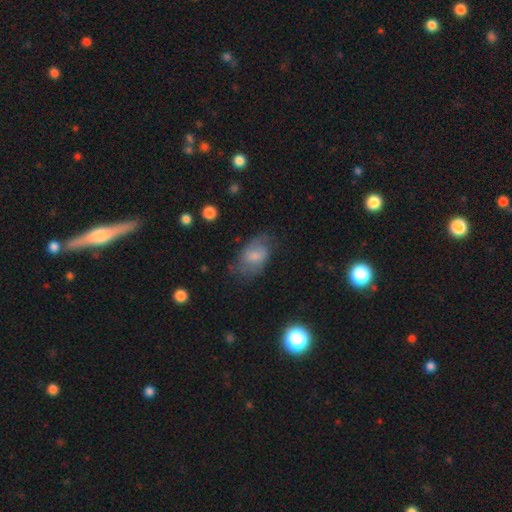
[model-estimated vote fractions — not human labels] A smooth galaxy with no disk features (48%). Merging: none (62%).